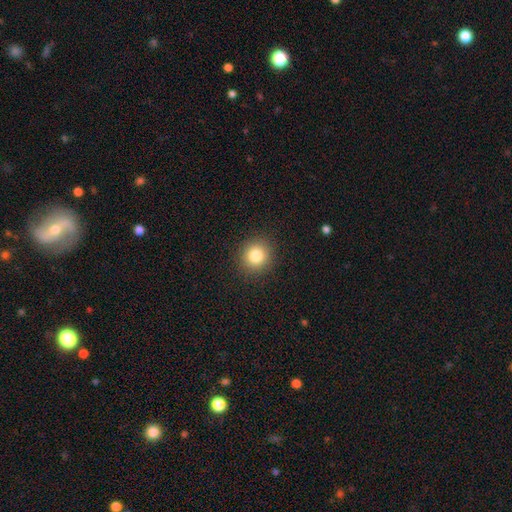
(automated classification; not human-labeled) The model was most divided on "smooth or featured": smooth: 82%, star or artifact: 12%, featured or disk: 7%. More confident: merging — none (91%); how rounded — round (90%).